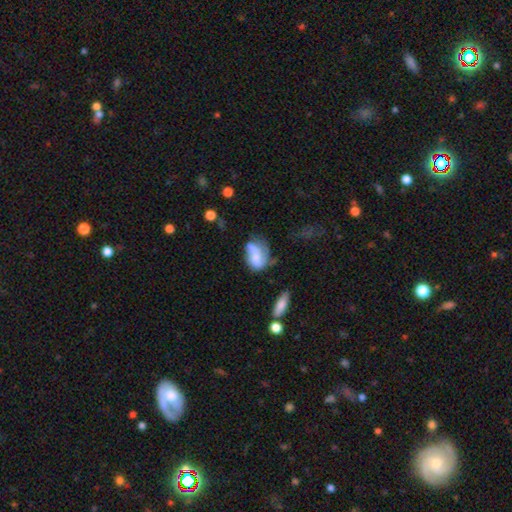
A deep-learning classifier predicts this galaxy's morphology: Overall: smooth (57%; featured or disk 34%). How rounded: in between (83%). Merging: none (32%; minor disturbance 28%).